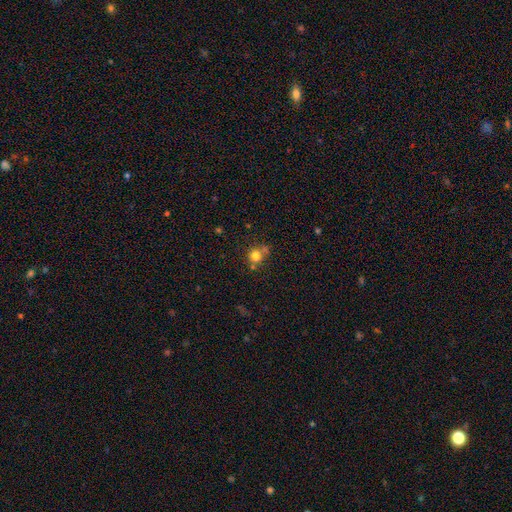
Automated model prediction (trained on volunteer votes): Q: Smooth or featured?
A: smooth (78%); runner-up: star or artifact (13%)
Q: How rounded?
A: round (88%); runner-up: in between (11%)
Q: Merging?
A: none (63%); runner-up: merger (20%)